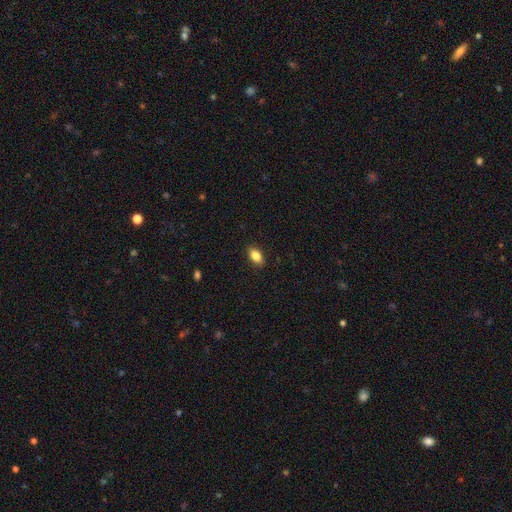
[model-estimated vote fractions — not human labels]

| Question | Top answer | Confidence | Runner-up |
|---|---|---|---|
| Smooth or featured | smooth | 85% | star or artifact (8%) |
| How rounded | in between | 90% | round (6%) |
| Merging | none | 89% | minor disturbance (8%) |